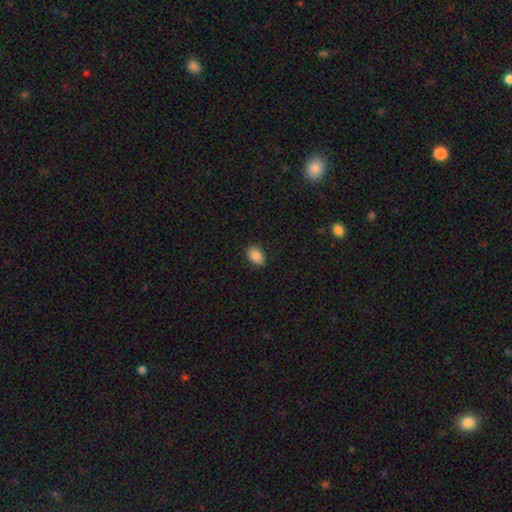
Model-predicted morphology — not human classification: Smooth or featured: smooth — 87% (star or artifact — 8%)
How rounded: in between — 87% (round — 12%)
Merging: none — 88% (minor disturbance — 9%)